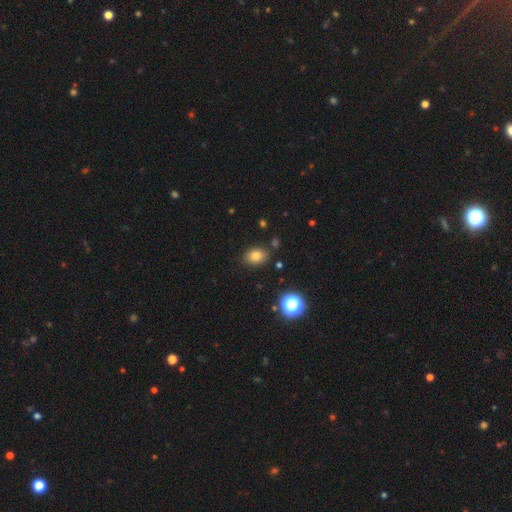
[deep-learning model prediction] smooth-or-featured: smooth: 79% | star or artifact: 13% | featured or disk: 8%
  how-rounded: in between: 67% | round: 32% | cigar-shaped: 1%
  merging: none: 84% | minor disturbance: 11% | major disturbance: 3% | merger: 3%